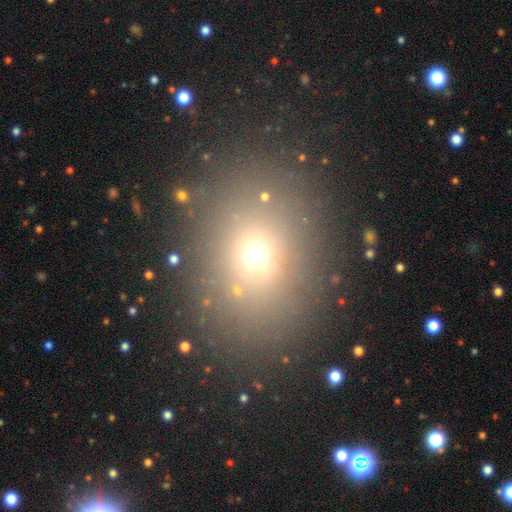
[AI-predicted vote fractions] Morphology: type=smooth (63%); roundness=round (56%); merging=none (84%).